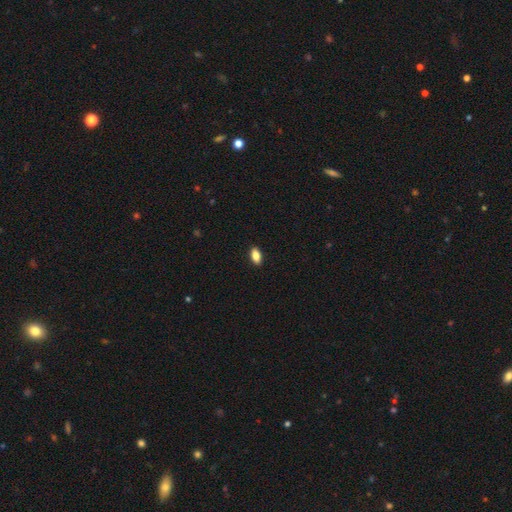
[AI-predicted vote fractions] Smooth or featured: smooth — 84% (featured or disk — 9%)
How rounded: in between — 90% (cigar-shaped — 6%)
Merging: none — 90% (minor disturbance — 7%)